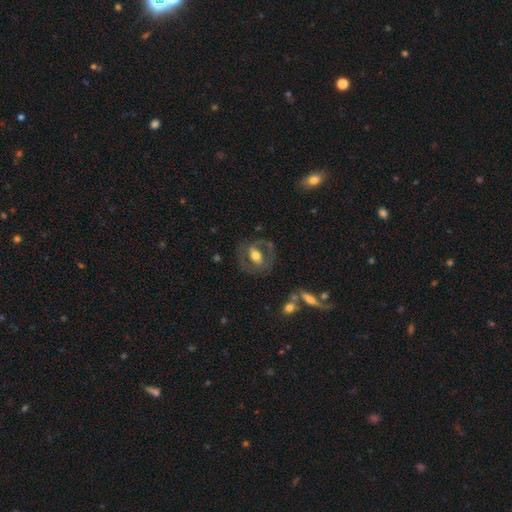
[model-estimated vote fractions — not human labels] smooth-or-featured: featured or disk: 58% | smooth: 36% | star or artifact: 7%
  disk-edge-on: no: 91% | yes: 9%
    bar: no: 42% | weak: 29% | strong: 28%
    has-spiral-arms: no: 65% | yes: 35%
    bulge-size: moderate: 65% | large: 22% | small: 10% | dominant: 2% | none: 2%
  merging: none: 68% | minor disturbance: 16% | major disturbance: 13% | merger: 2%